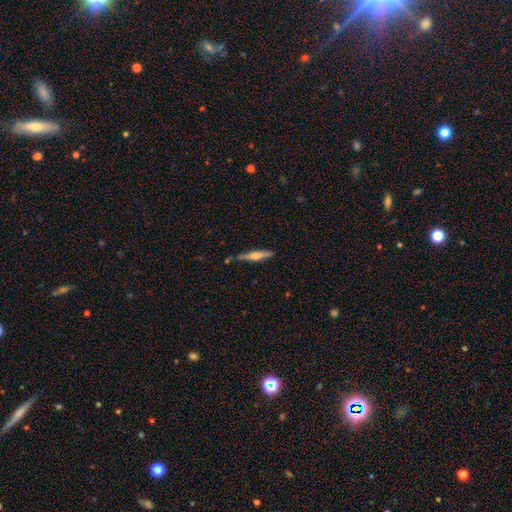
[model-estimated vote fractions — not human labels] A featured or disk galaxy (61%) viewed edge-on (97%) with a rounded central bulge (89%). Merging: none (82%).